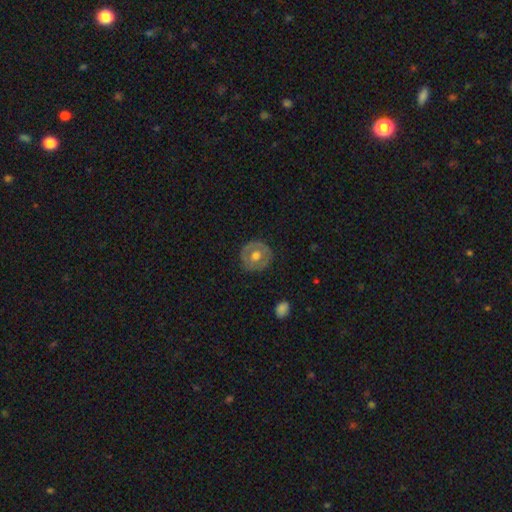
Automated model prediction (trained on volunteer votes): A smooth galaxy with no disk features (50%).

Vote fractions:
- Smooth or featured? smooth: 50% / featured or disk: 44% / star or artifact: 7%
- Merging? none: 84% / minor disturbance: 11% / major disturbance: 3% / merger: 1%